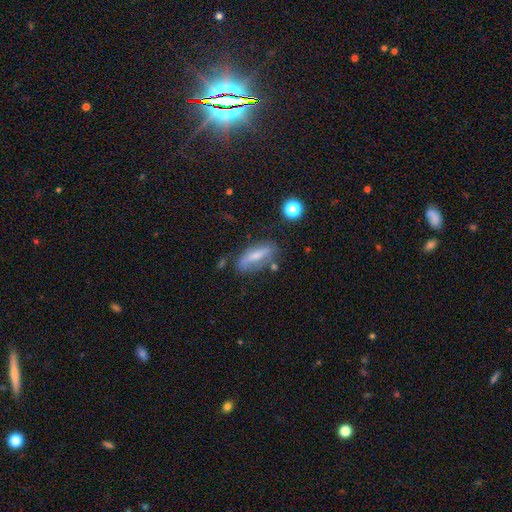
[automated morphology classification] Smooth or featured?
  - smooth: 54% *
  - featured or disk: 38%
  - star or artifact: 9%
How rounded?
  - in between: 54% *
  - cigar-shaped: 42%
  - round: 3%
Merging?
  - none: 66% *
  - minor disturbance: 22%
  - major disturbance: 7%
  - merger: 5%